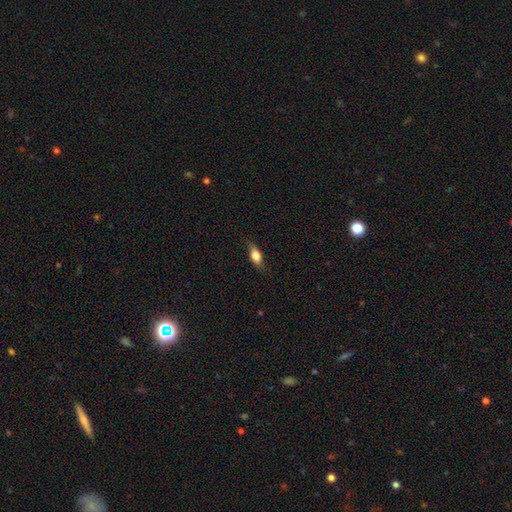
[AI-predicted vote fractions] This appears to be a smooth galaxy with no disk features (67%) that is in between round and cigar-shaped (72%). Merging: none (76%).